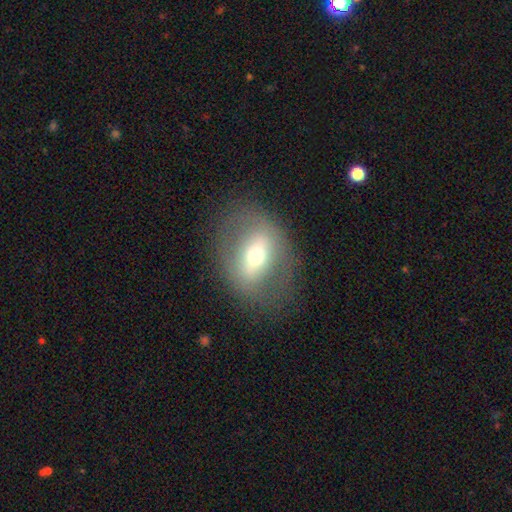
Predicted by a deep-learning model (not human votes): Smooth or featured? Predicted: featured or disk (p=0.50). Merging? Predicted: none (p=0.78).